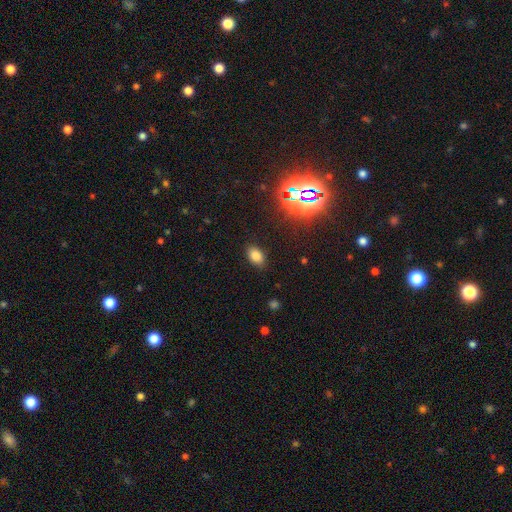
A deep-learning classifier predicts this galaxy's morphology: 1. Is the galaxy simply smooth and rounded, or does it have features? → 77% smooth, 16% star or artifact, 7% featured or disk.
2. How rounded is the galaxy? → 87% in between, 12% round, 2% cigar-shaped.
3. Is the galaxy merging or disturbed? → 87% none, 9% minor disturbance, 3% major disturbance, 1% merger.